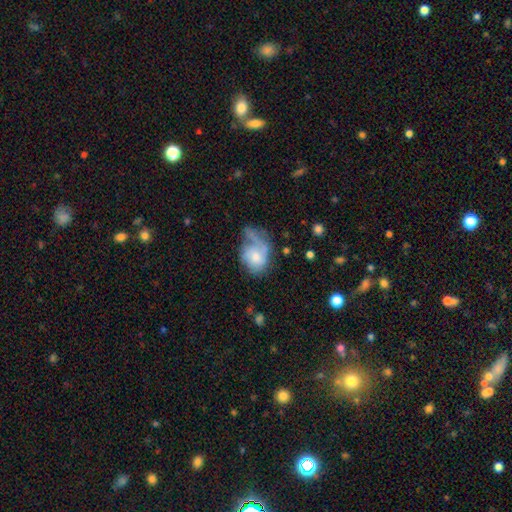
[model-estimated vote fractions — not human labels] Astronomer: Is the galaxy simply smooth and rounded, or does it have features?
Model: smooth — 47% (runner-up: featured or disk, 45%).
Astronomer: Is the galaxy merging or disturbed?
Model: major disturbance — 44% (runner-up: minor disturbance, 24%).